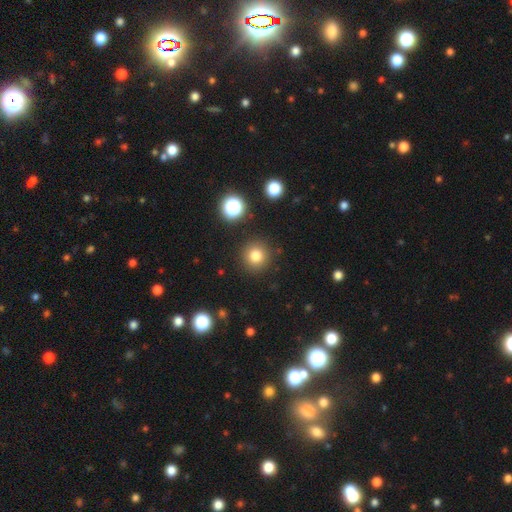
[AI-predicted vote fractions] Smooth or featured? smooth (79%)
How rounded? round (94%)
Merging? none (89%)